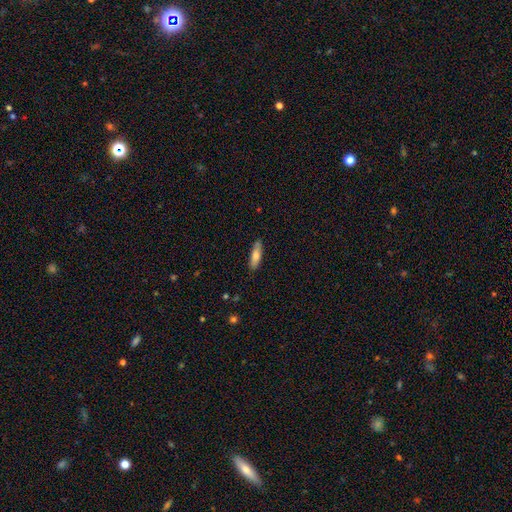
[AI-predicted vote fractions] A smooth galaxy with no disk features (71%) that is cigar-shaped (61%). Merging: none (84%).